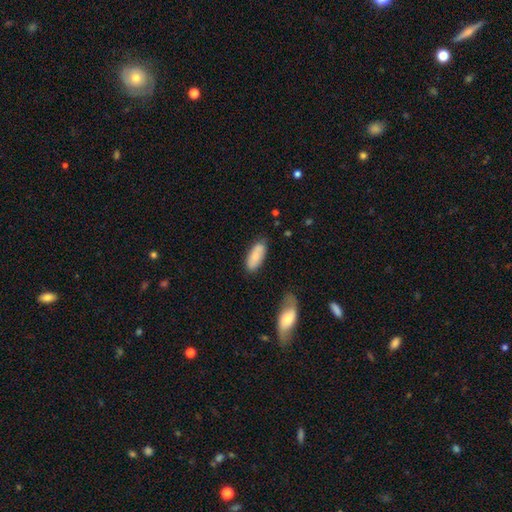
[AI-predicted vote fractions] Smooth or featured: smooth — 74% (featured or disk — 20%)
How rounded: in between — 81% (cigar-shaped — 17%)
Merging: none — 75% (minor disturbance — 17%)